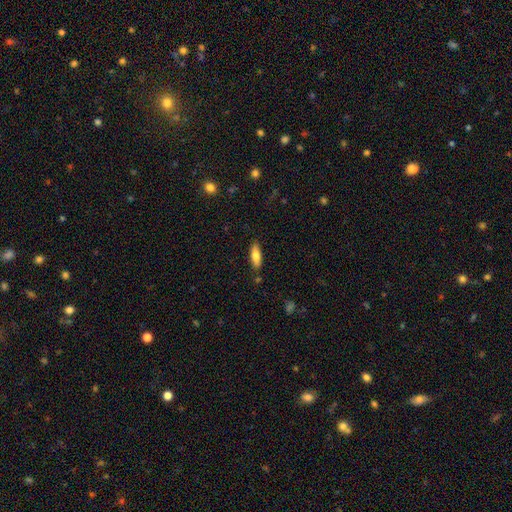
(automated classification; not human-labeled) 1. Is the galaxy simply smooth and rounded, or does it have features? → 79% smooth, 14% featured or disk, 6% star or artifact.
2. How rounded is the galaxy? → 66% in between, 32% cigar-shaped, 2% round.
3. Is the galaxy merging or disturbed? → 85% none, 11% minor disturbance, 2% major disturbance, 2% merger.